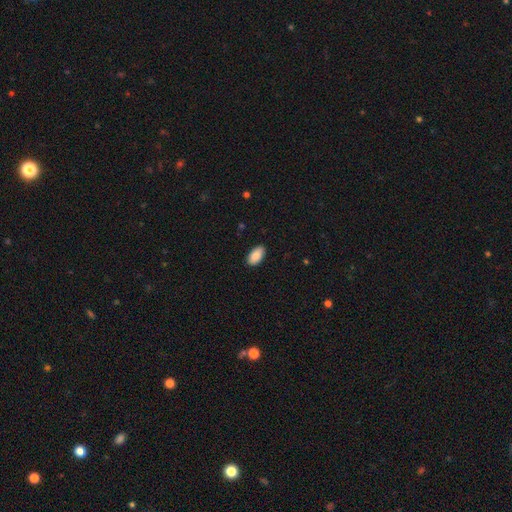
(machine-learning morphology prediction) Q: Smooth or featured?
A: smooth (90%); runner-up: star or artifact (6%)
Q: How rounded?
A: in between (95%); runner-up: cigar-shaped (3%)
Q: Merging?
A: none (89%); runner-up: minor disturbance (9%)